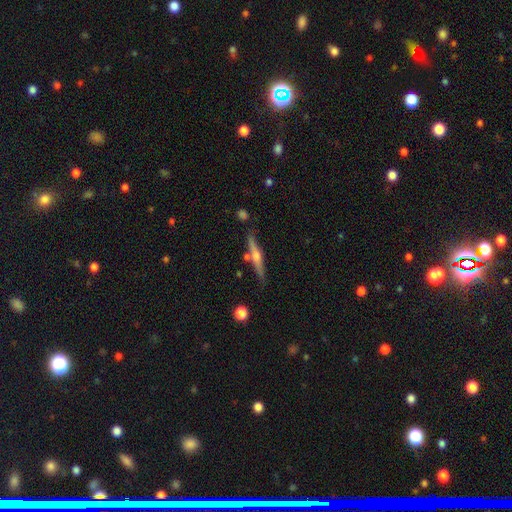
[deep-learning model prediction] featured or disk 62%, smooth 32%, star or artifact 6%. Down the decision tree: edge-on disk — yes (96%); edge-on bulge — rounded (86%); merging — none (76%).